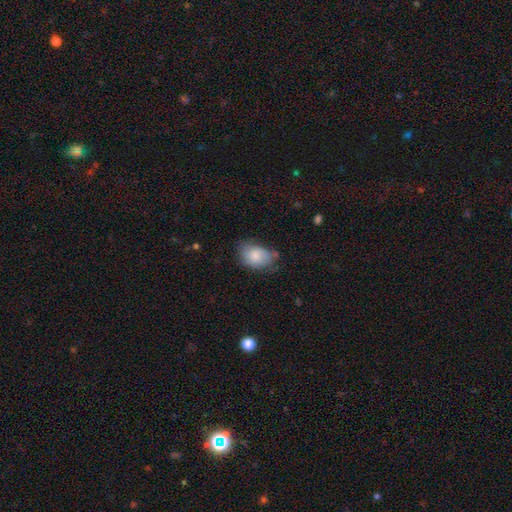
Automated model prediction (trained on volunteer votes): This appears to be a smooth galaxy with no disk features (80%) that is in between round and cigar-shaped (79%). Merging: none (51%).